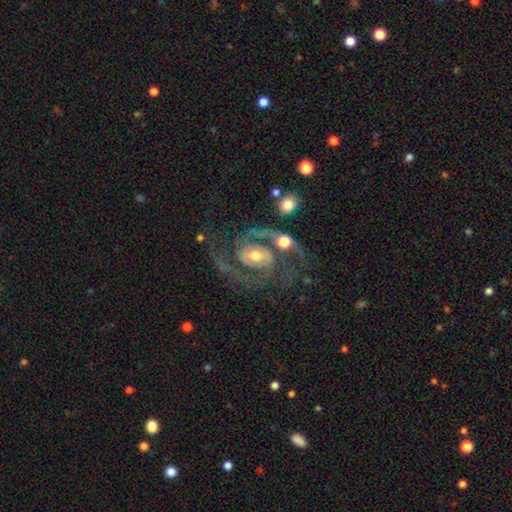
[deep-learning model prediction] Q: Smooth or featured?
A: featured or disk (89%); runner-up: smooth (6%)
Q: Edge-on disk?
A: no (97%); runner-up: yes (3%)
Q: Bar?
A: no (50%); runner-up: weak (36%)
Q: Spiral arms?
A: yes (95%); runner-up: no (5%)
Q: Spiral winding?
A: medium (52%); runner-up: tight (32%)
Q: Spiral arm count?
A: 2 (76%); runner-up: 3 (8%)
Q: Bulge size?
A: moderate (68%); runner-up: small (21%)
Q: Merging?
A: none (56%); runner-up: major disturbance (19%)